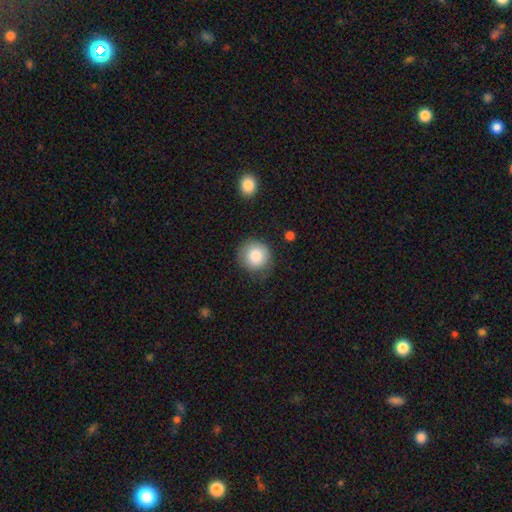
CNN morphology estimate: type=smooth (84%); roundness=round (92%); merging=none (76%).